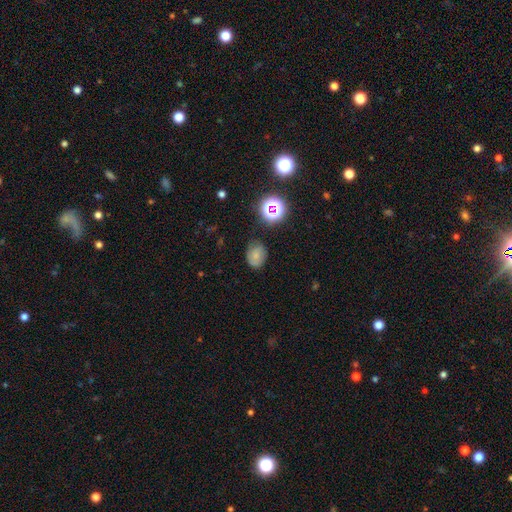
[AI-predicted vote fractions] A smooth galaxy with no disk features (69%) that is in between round and cigar-shaped (60%).

Vote fractions:
- Smooth or featured? smooth: 69% / star or artifact: 17% / featured or disk: 14%
- How rounded? in between: 60% / round: 39% / cigar-shaped: 1%
- Merging? none: 71% / minor disturbance: 21% / major disturbance: 5% / merger: 2%